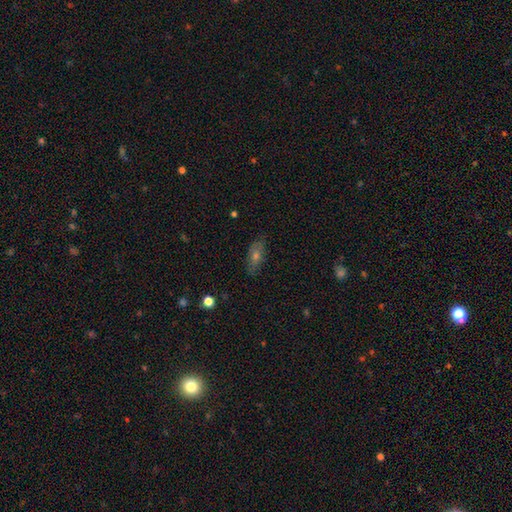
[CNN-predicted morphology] A smooth galaxy with no disk features (44%).

Vote fractions:
- Smooth or featured? smooth: 44% / featured or disk: 38% / star or artifact: 18%
- Merging? none: 81% / minor disturbance: 14% / major disturbance: 4% / merger: 1%